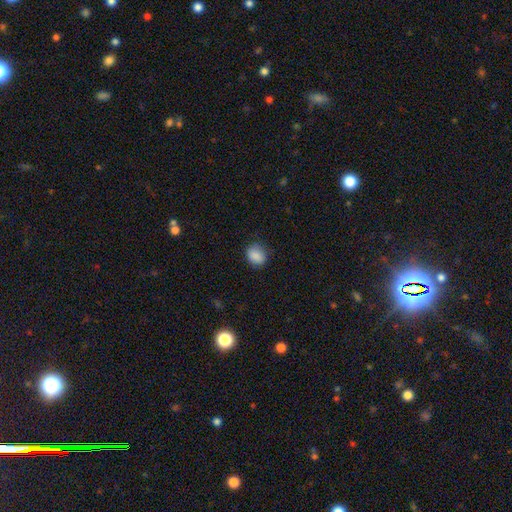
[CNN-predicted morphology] smooth-or-featured: smooth: 87% | star or artifact: 8% | featured or disk: 4%
  how-rounded: round: 53% | in between: 46% | cigar-shaped: 1%
  merging: none: 78% | minor disturbance: 17% | major disturbance: 4% | merger: 1%